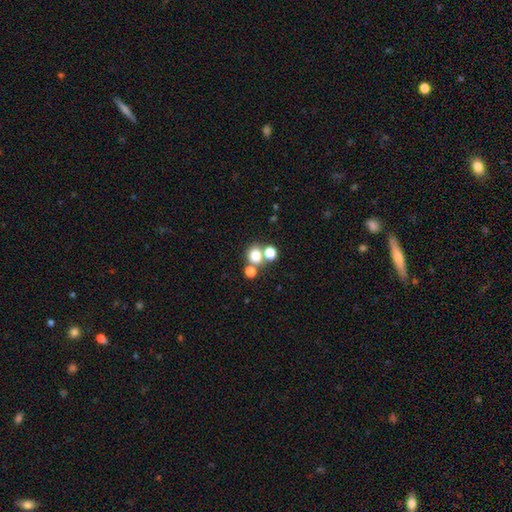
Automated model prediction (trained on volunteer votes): Morphology: type=smooth (74%); roundness=round (77%); merging=none (59%).